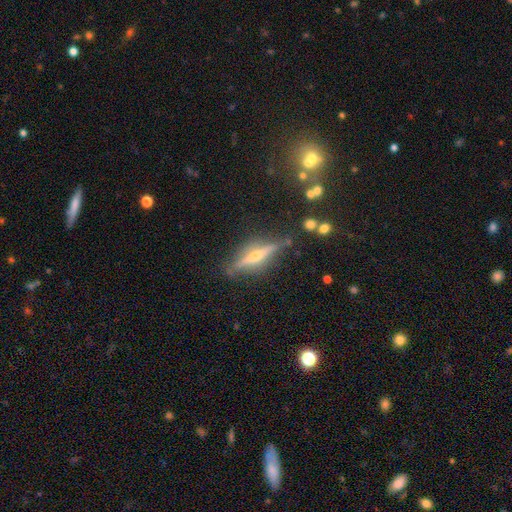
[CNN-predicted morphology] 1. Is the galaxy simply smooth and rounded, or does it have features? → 75% featured or disk, 15% smooth, 11% star or artifact.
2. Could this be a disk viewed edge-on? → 95% yes, 5% no.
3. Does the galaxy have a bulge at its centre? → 83% rounded, 10% none, 8% boxy.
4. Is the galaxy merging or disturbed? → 83% none, 11% minor disturbance, 3% major disturbance, 3% merger.